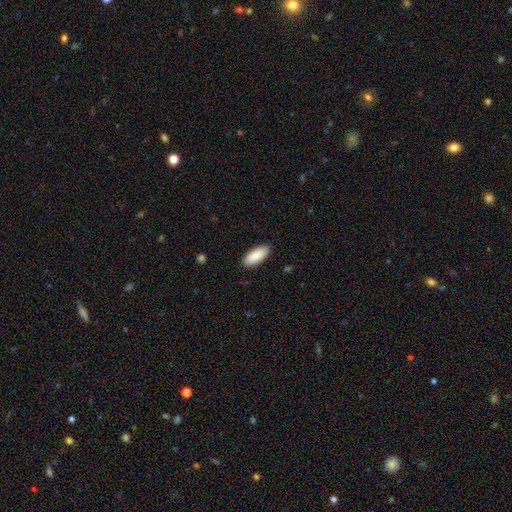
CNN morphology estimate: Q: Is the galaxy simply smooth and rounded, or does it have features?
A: smooth — 88%.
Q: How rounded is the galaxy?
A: in between — 89%.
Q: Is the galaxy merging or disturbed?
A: none — 88%.